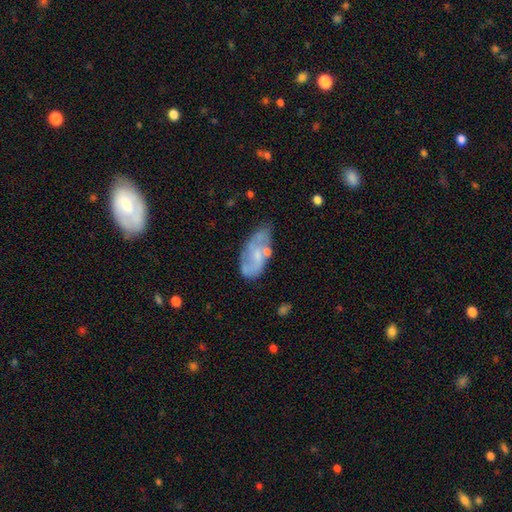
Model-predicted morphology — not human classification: featured or disk 56%, smooth 36%, star or artifact 7%. Down the decision tree: edge-on disk — no (93%); bar — no (58%); spiral arms — yes (62%); bulge size — small (53%); merging — none (48%).